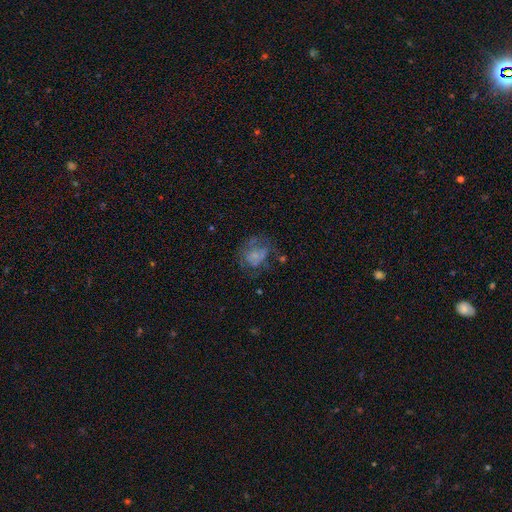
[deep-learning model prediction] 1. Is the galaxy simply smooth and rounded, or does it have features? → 47% smooth, 40% featured or disk, 13% star or artifact.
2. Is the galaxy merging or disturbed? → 41% none, 32% major disturbance, 22% minor disturbance, 4% merger.